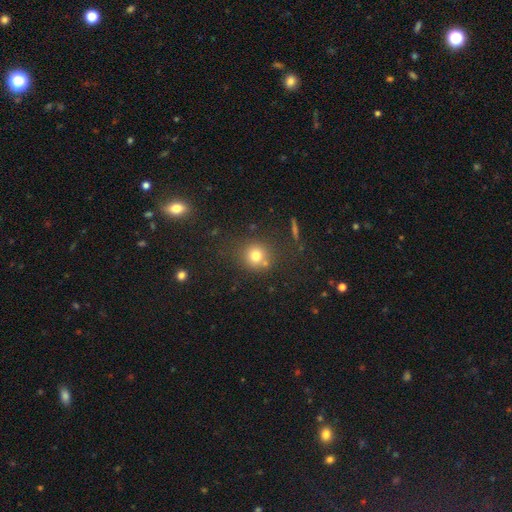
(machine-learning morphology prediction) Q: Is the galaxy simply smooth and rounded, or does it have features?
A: smooth — 76%.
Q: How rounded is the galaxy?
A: round — 88%.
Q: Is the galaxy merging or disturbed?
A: none — 74%.